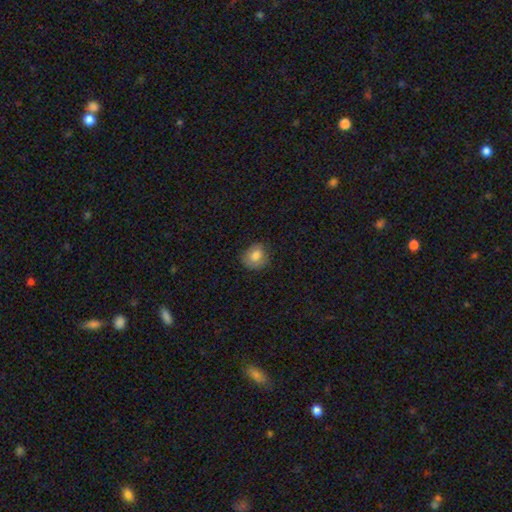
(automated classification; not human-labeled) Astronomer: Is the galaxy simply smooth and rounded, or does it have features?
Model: smooth — 80%.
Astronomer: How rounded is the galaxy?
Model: round — 72%.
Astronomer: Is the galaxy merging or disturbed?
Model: none — 74%.